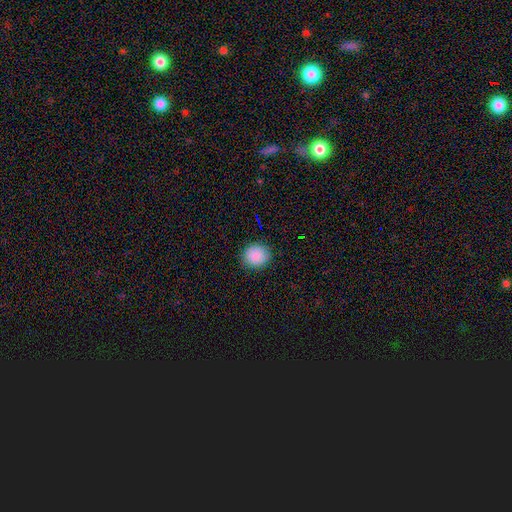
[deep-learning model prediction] Smooth or featured?
  - smooth: 88% *
  - star or artifact: 8%
  - featured or disk: 3%
How rounded?
  - round: 85% *
  - in between: 14%
  - cigar-shaped: 1%
Merging?
  - none: 88% *
  - minor disturbance: 8%
  - major disturbance: 2%
  - merger: 1%